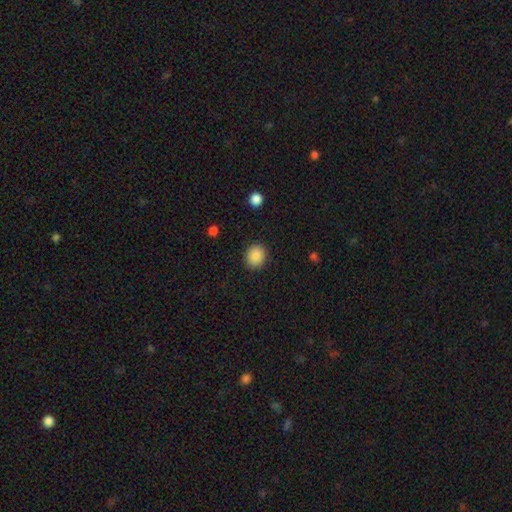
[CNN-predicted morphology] Smooth or featured?
  - smooth: 88% *
  - star or artifact: 9%
  - featured or disk: 4%
How rounded?
  - round: 75% *
  - in between: 24%
  - cigar-shaped: 1%
Merging?
  - none: 89% *
  - minor disturbance: 7%
  - major disturbance: 2%
  - merger: 1%